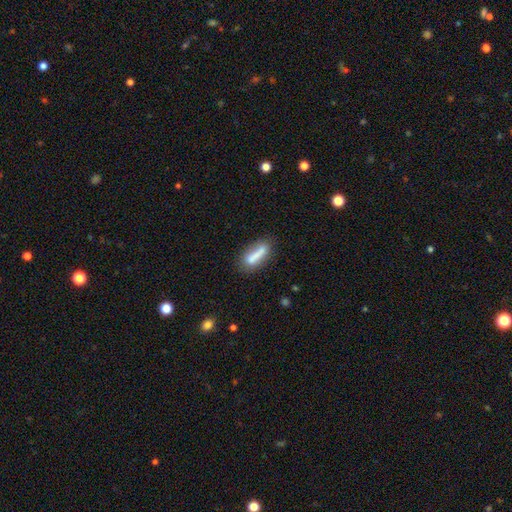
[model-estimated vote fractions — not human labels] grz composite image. It shows a smooth galaxy with no disk features (72%) that is cigar-shaped (60%). Merging: none (61%).